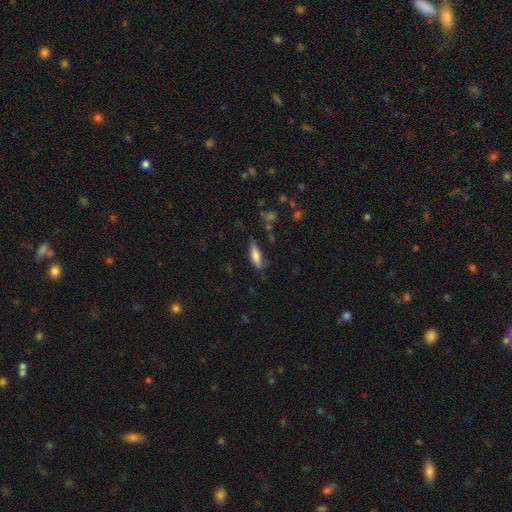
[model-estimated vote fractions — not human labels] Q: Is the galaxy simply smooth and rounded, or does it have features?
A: smooth — 77%.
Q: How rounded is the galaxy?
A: in between — 56%.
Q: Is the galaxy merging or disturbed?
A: none — 66%.